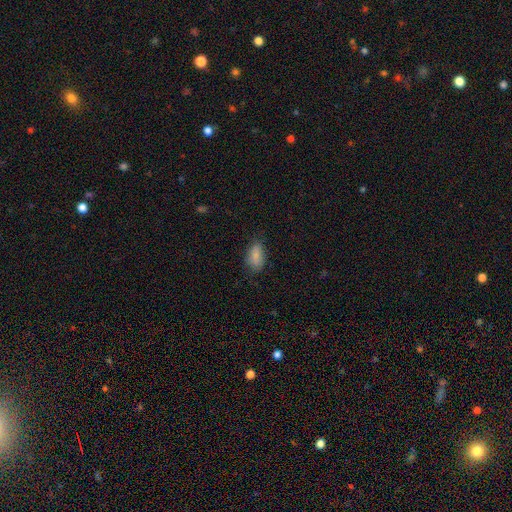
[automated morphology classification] Overall: smooth (84%). How rounded: in between (91%). Merging: none (71%).